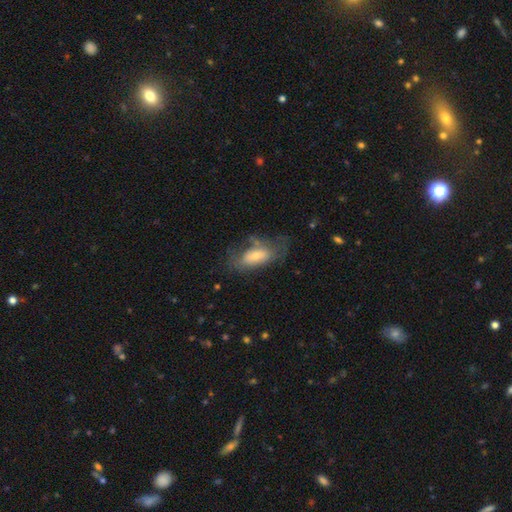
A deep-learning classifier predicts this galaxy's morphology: smooth-or-featured: smooth: 59% | featured or disk: 33% | star or artifact: 8%
  how-rounded: in between: 86% | cigar-shaped: 10% | round: 4%
  merging: none: 38% | major disturbance: 30% | minor disturbance: 27% | merger: 5%